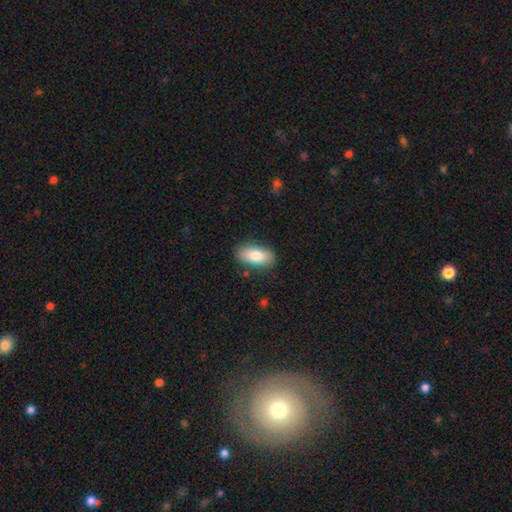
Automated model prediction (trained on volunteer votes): The model was most divided on "smooth or featured": smooth: 81%, featured or disk: 13%, star or artifact: 6%. More confident: how rounded — in between (90%); merging — none (84%).